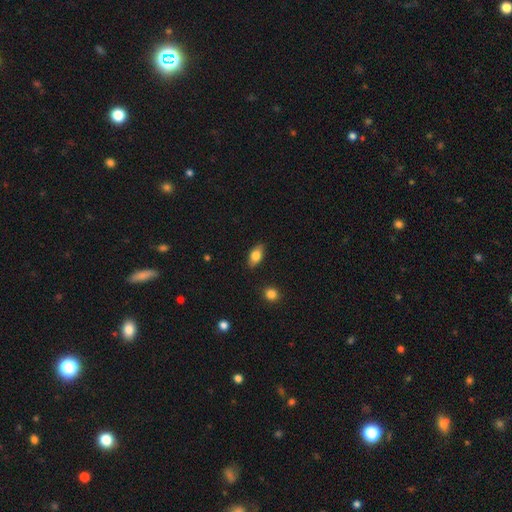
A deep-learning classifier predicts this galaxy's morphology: Smooth or featured? smooth (79%)
How rounded? in between (88%)
Merging? none (86%)